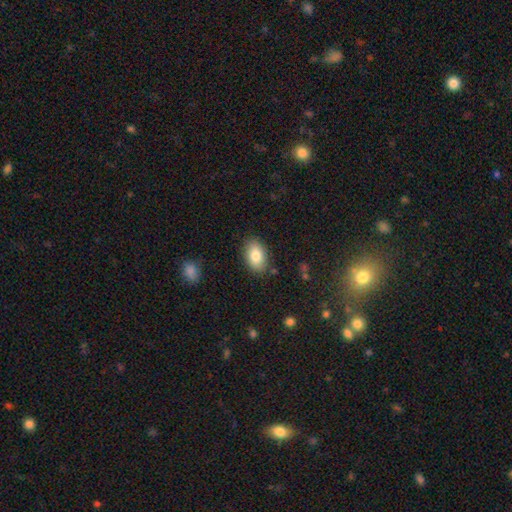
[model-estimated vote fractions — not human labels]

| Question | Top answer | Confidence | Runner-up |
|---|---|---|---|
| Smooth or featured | smooth | 84% | featured or disk (9%) |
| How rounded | in between | 91% | round (8%) |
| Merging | none | 85% | minor disturbance (11%) |